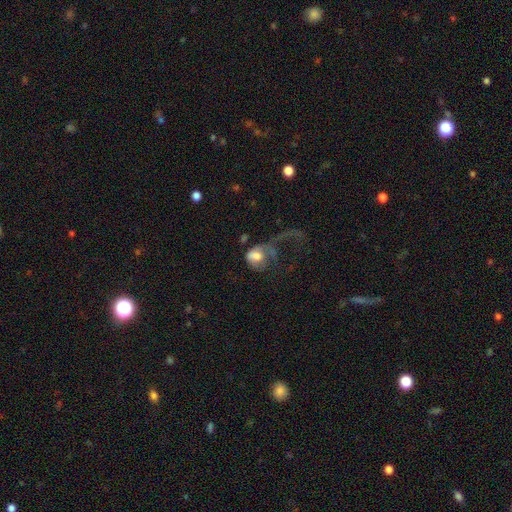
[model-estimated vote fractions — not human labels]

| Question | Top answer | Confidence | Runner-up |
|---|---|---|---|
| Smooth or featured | smooth | 55% | featured or disk (37%) |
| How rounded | in between | 54% | round (45%) |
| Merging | major disturbance | 71% | none (12%) |